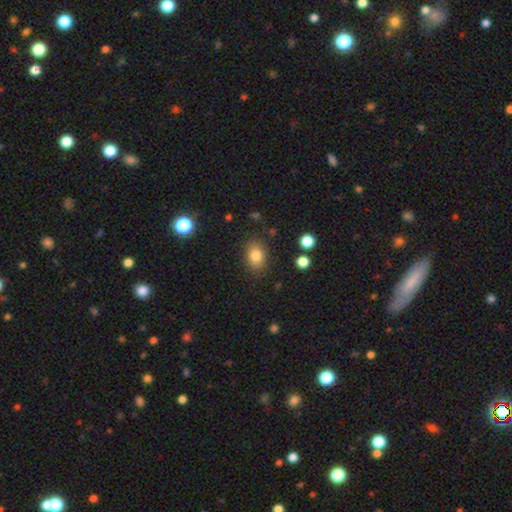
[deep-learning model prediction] This is clearly a smooth galaxy (81%). How rounded: likely in between (70%). Merging: clearly none (83%).